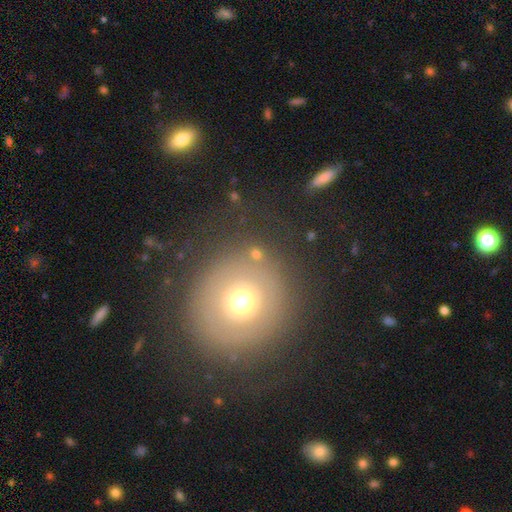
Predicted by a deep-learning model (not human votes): Q: Smooth or featured?
A: smooth (59%); runner-up: featured or disk (26%)
Q: How rounded?
A: round (90%); runner-up: in between (9%)
Q: Merging?
A: none (77%); runner-up: minor disturbance (11%)